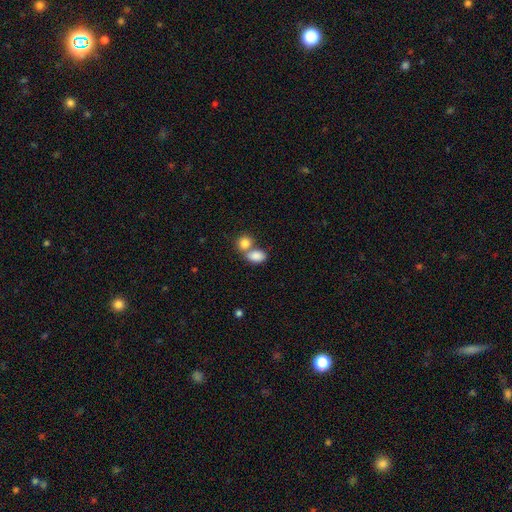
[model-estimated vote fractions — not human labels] Smooth or featured? smooth (85%)
How rounded? in between (80%)
Merging? merger (53%)